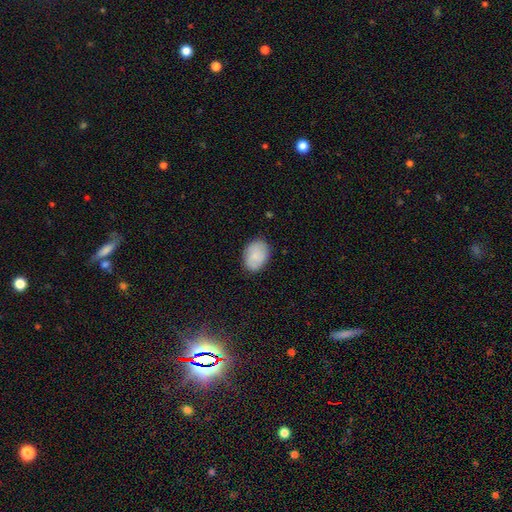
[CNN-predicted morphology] smooth-or-featured: smooth: 81% | featured or disk: 12% | star or artifact: 7%
  how-rounded: in between: 78% | round: 20% | cigar-shaped: 1%
  merging: none: 81% | minor disturbance: 15% | major disturbance: 3% | merger: 1%